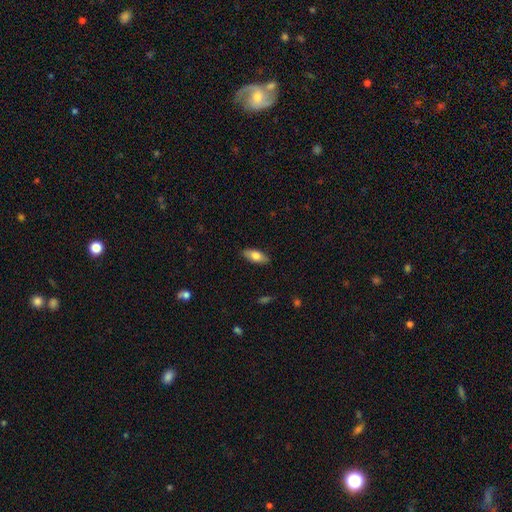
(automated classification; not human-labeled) smooth_or_featured: smooth (p=0.75) [alt: featured or disk p=0.18]
how_rounded: in between (p=0.82) [alt: cigar-shaped p=0.15]
merging: none (p=0.87) [alt: minor disturbance p=0.10]